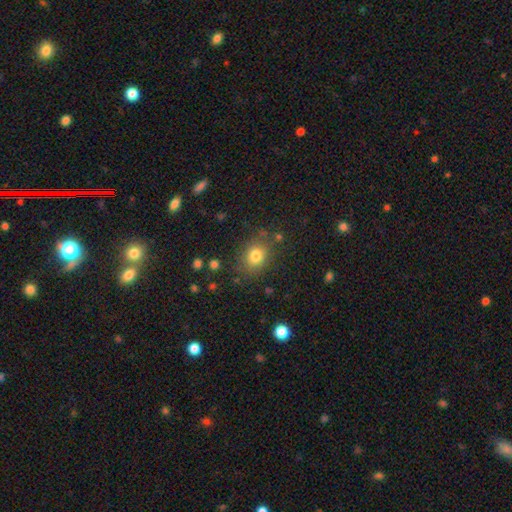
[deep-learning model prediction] smooth-or-featured: smooth: 79% | star or artifact: 13% | featured or disk: 9%
  how-rounded: round: 55% | in between: 44% | cigar-shaped: 1%
  merging: none: 80% | minor disturbance: 13% | major disturbance: 5% | merger: 3%